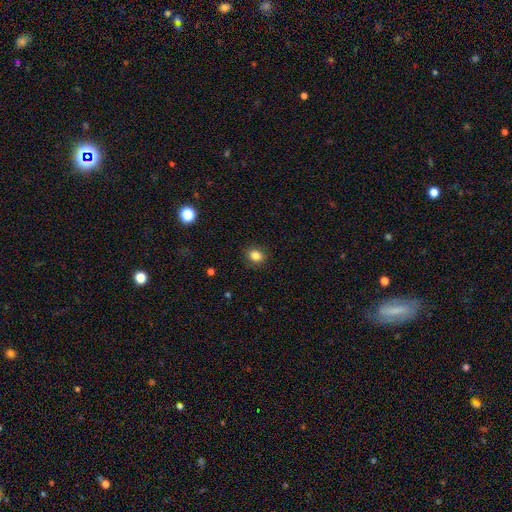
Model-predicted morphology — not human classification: A smooth galaxy with no disk features (84%) that is round (61%).

Vote fractions:
- Smooth or featured? smooth: 84% / star or artifact: 11% / featured or disk: 5%
- How rounded? round: 61% / in between: 38% / cigar-shaped: 1%
- Merging? none: 89% / minor disturbance: 8% / major disturbance: 2% / merger: 1%